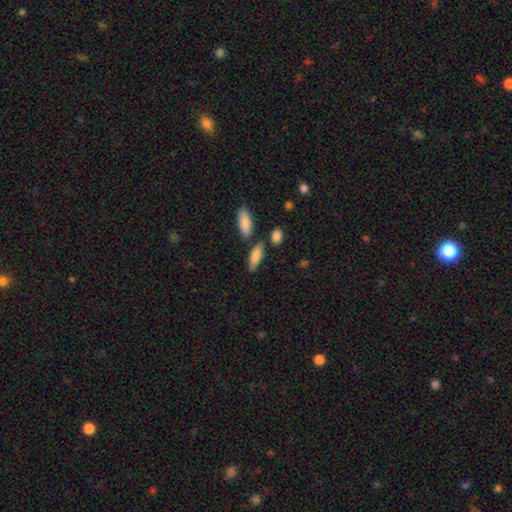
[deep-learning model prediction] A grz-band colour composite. It shows a smooth galaxy with no disk features (84%) that is in between round and cigar-shaped (63%). Merging: none (70%).